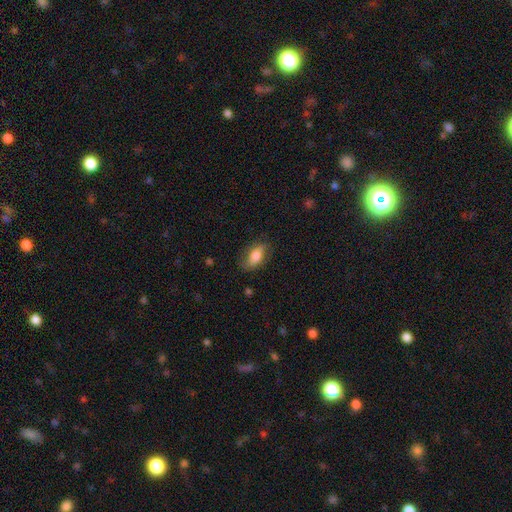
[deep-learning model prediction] Morphology: type=smooth (73%); roundness=in between (87%); merging=none (74%).